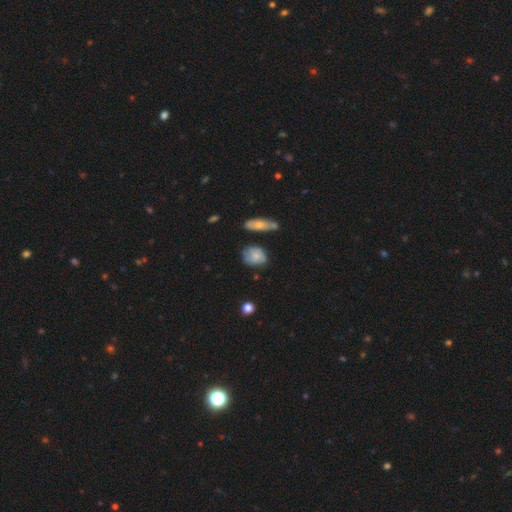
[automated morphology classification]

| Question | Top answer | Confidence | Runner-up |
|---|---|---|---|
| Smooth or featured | smooth | 68% | featured or disk (24%) |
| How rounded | in between | 55% | round (42%) |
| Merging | none | 53% | minor disturbance (31%) |